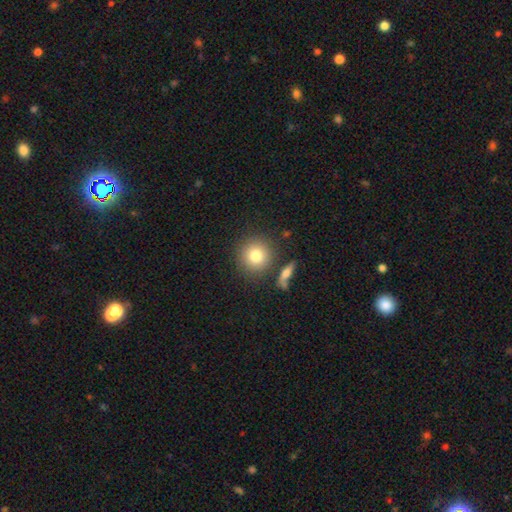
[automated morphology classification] smooth_or_featured: smooth (p=0.79) [alt: featured or disk p=0.11]
how_rounded: round (p=0.91) [alt: in between p=0.07]
merging: none (p=0.82) [alt: minor disturbance p=0.08]